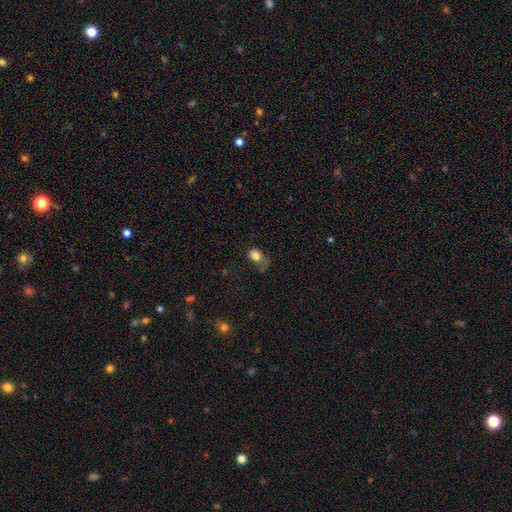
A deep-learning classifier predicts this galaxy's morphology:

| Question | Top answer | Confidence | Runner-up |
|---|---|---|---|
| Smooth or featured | smooth | 80% | star or artifact (11%) |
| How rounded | in between | 55% | round (44%) |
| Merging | none | 39% | major disturbance (28%) |